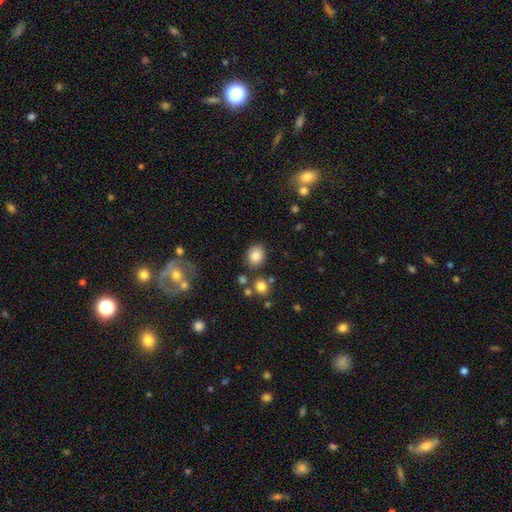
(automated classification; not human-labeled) Q: Smooth or featured?
A: smooth (85%); runner-up: star or artifact (10%)
Q: How rounded?
A: round (57%); runner-up: in between (42%)
Q: Merging?
A: none (80%); runner-up: minor disturbance (10%)